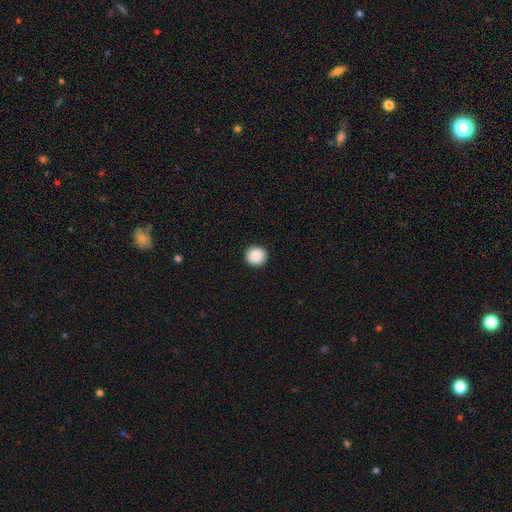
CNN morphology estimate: Smooth or featured: smooth — 89% (star or artifact — 8%)
How rounded: round — 92% (in between — 7%)
Merging: none — 93% (minor disturbance — 5%)